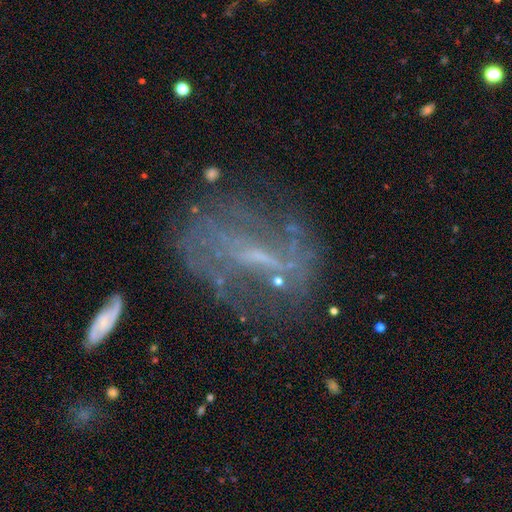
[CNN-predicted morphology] type=featured or disk (70%); edge-on=no (91%); bar=weak (44%); spiral arms=yes (62%); bulge=small (52%); merging=none (62%).